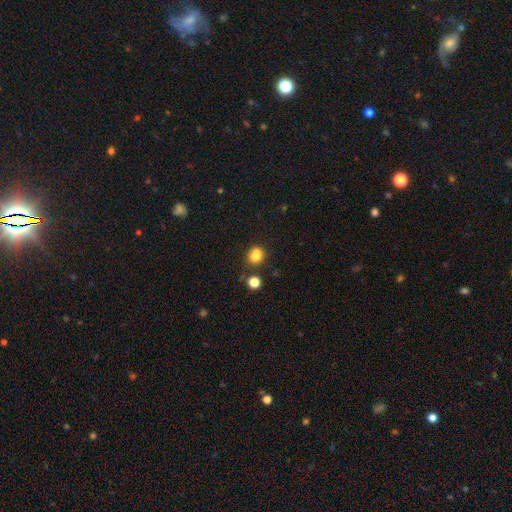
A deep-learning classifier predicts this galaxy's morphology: smooth-or-featured: smooth: 77% | star or artifact: 13% | featured or disk: 10%
  how-rounded: round: 78% | in between: 21% | cigar-shaped: 1%
  merging: none: 53% | merger: 29% | minor disturbance: 13% | major disturbance: 5%